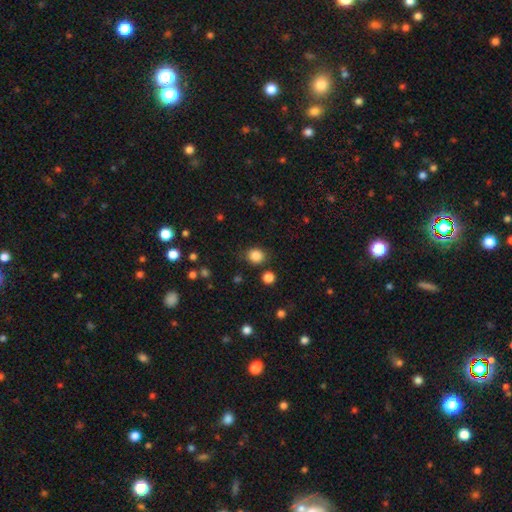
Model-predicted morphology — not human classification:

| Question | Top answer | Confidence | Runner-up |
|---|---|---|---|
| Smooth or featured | smooth | 85% | star or artifact (11%) |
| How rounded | round | 80% | in between (19%) |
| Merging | none | 82% | minor disturbance (11%) |